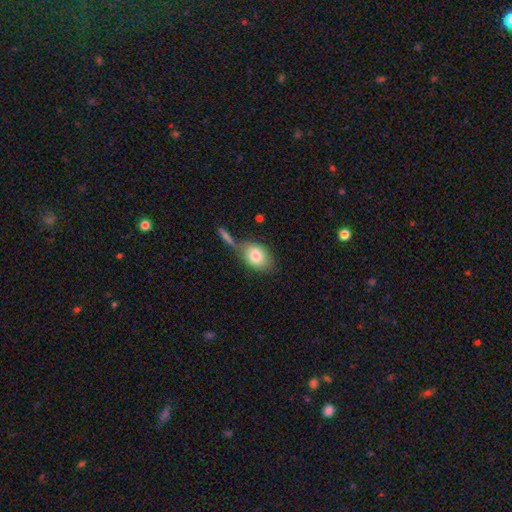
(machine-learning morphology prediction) This is likely a smooth galaxy (79%). How rounded: likely in between (75%). Merging: possibly none (54%).